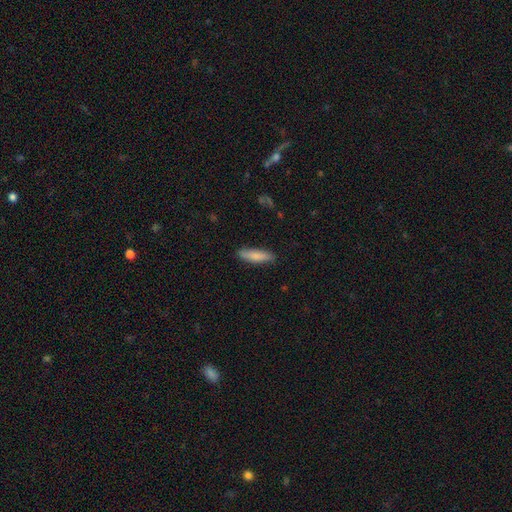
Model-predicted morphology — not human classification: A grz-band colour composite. It shows a smooth galaxy with no disk features (81%) that is cigar-shaped (71%). Merging: none (86%).